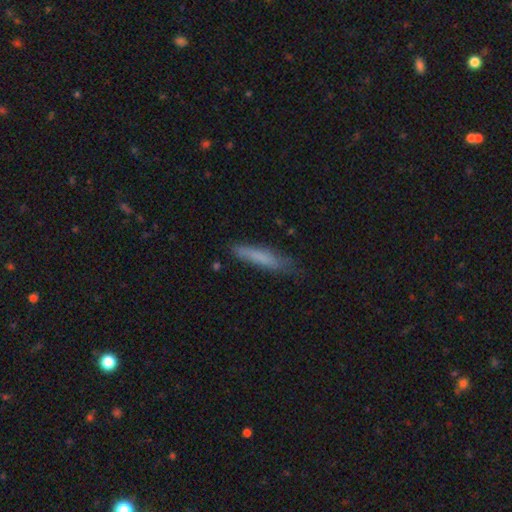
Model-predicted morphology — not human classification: This is likely a smooth galaxy (72%). How rounded: clearly cigar-shaped (89%). Merging: likely none (71%).